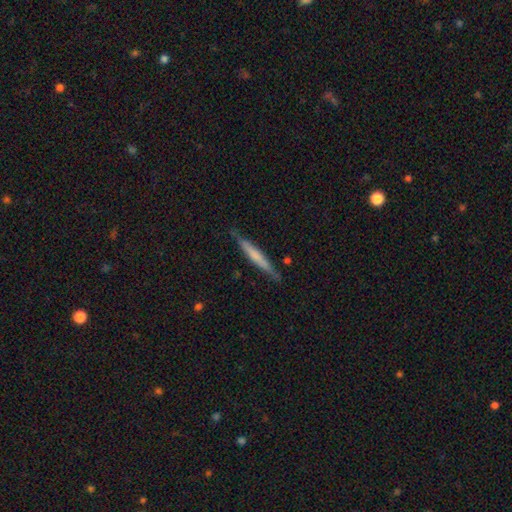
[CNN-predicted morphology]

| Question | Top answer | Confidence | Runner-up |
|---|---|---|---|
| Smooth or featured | smooth | 52% | featured or disk (43%) |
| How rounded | cigar-shaped | 96% | in between (3%) |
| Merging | none | 84% | minor disturbance (13%) |